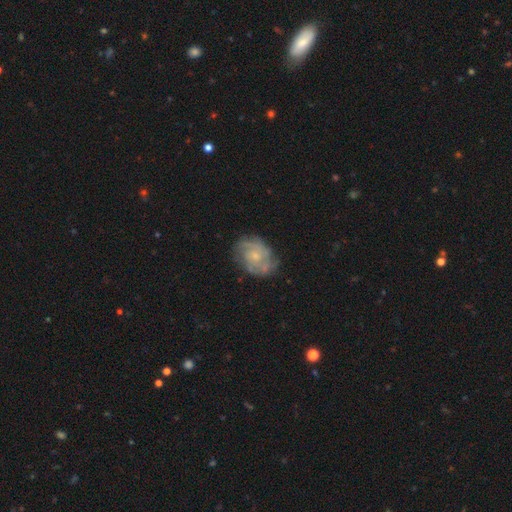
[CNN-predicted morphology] Smooth or featured? Predicted: featured or disk (p=0.73). Edge-on disk? Predicted: no (p=0.97). Bar? Predicted: no (p=0.77). Spiral arms? Predicted: yes (p=0.85). Spiral winding? Predicted: tight (p=0.52). Spiral arm count? Predicted: can't tell (p=0.36). Bulge size? Predicted: small (p=0.62). Merging? Predicted: none (p=0.70).